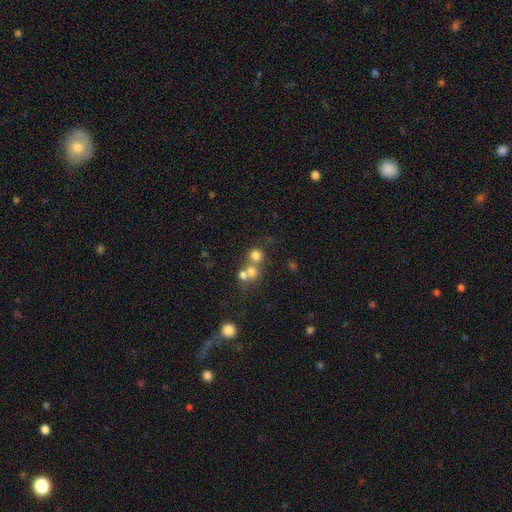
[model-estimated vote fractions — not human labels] smooth-or-featured: smooth: 70% | star or artifact: 17% | featured or disk: 13%
  how-rounded: round: 88% | in between: 11% | cigar-shaped: 1%
  merging: none: 45% | merger: 43% | minor disturbance: 7% | major disturbance: 5%